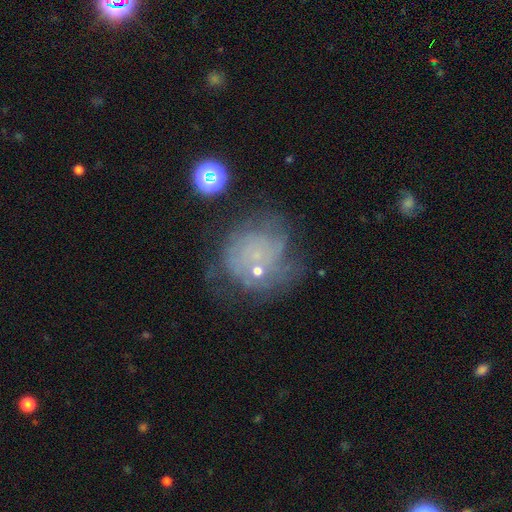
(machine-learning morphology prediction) The model was most divided on "spiral arms": yes: 62%, no: 38%. Remaining: edge-on disk — no (98%); bar — no (86%); bulge size — small (68%); smooth or featured — featured or disk (54%); merging — none (50%).